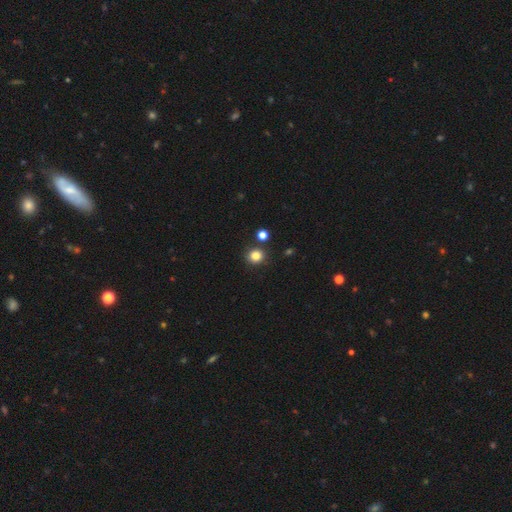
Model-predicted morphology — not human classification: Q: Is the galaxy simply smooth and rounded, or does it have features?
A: smooth — 83%.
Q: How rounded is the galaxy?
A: round — 86%.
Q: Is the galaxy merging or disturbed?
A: none — 84%.